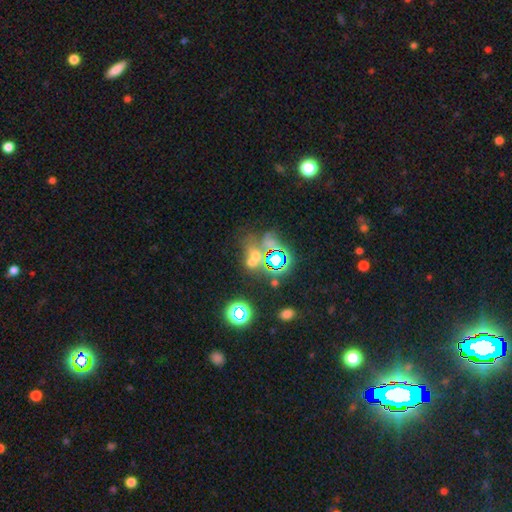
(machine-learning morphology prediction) star or artifact 52%, smooth 34%, featured or disk 14%.